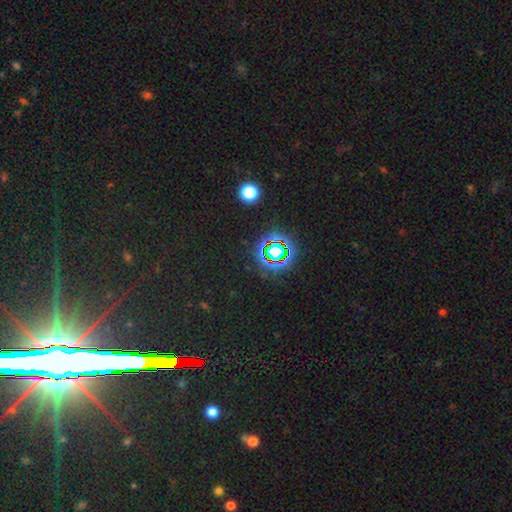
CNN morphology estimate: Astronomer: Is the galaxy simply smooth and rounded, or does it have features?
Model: star or artifact — 70%.